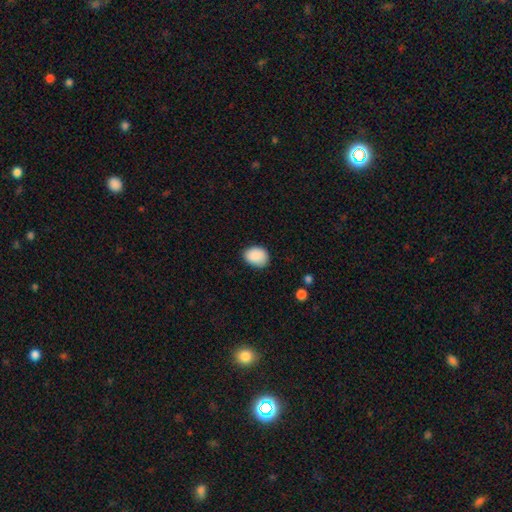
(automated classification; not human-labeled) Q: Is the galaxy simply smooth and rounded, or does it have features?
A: smooth — 89%.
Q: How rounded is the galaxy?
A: in between — 63%.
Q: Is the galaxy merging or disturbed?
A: none — 79%.